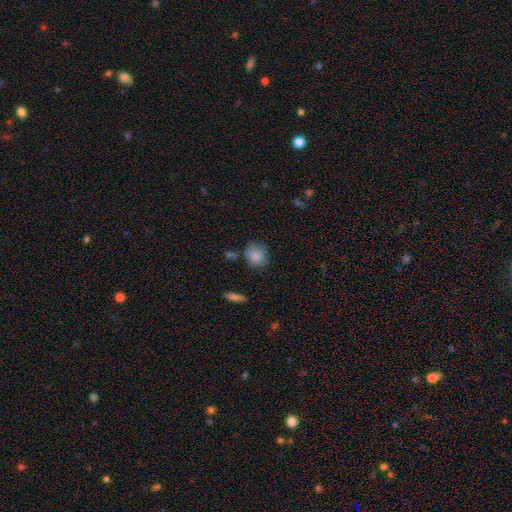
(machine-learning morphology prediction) A smooth galaxy with no disk features (85%) that is round (73%). Merging: none (71%).